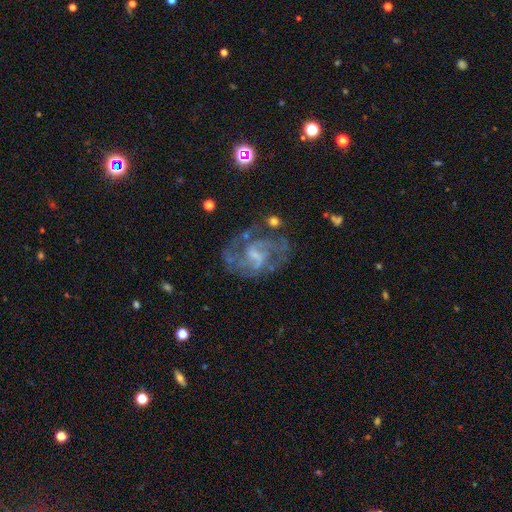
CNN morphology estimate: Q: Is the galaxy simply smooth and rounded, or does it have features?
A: featured or disk — 83%.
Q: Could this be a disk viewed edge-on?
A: no — 98%.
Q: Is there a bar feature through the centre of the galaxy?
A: weak — 56%.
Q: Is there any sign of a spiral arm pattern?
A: yes — 88%.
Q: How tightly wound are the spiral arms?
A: medium — 50%.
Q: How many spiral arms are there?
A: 2 — 54%.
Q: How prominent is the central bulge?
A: small — 43%.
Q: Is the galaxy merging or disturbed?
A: none — 58%.